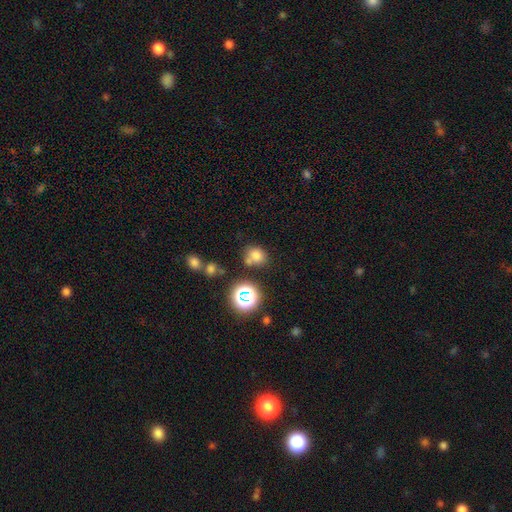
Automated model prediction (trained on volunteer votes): Smooth or featured? Predicted: smooth (p=0.73). How rounded? Predicted: round (p=0.63). Merging? Predicted: none (p=0.61).